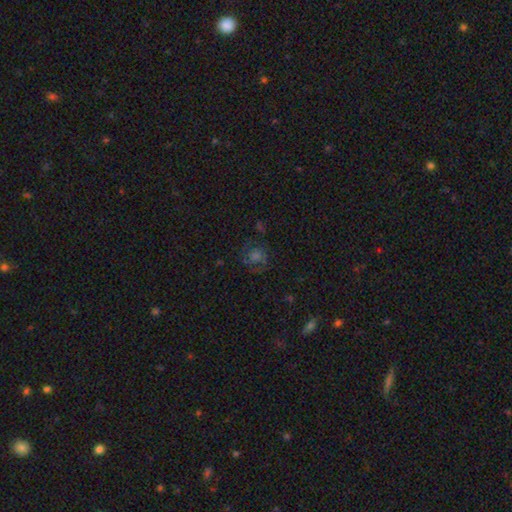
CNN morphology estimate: Overall: featured or disk (39%; smooth 35%). Merging: none (71%).